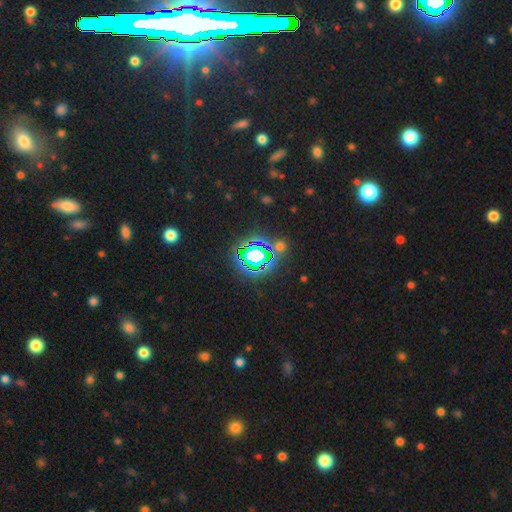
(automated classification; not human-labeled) Overall: star or artifact (71%).